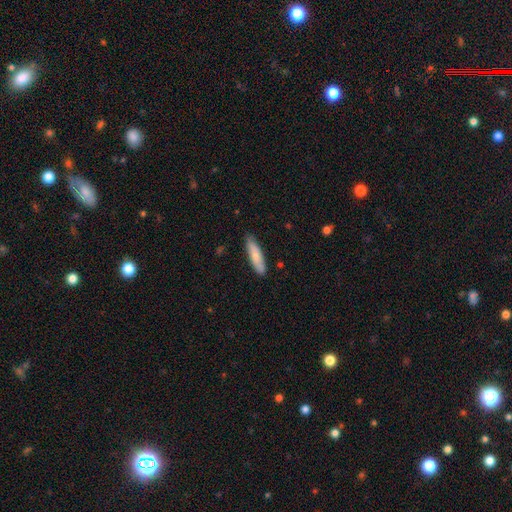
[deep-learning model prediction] smooth_or_featured: smooth (p=0.80) [alt: featured or disk p=0.14]
how_rounded: cigar-shaped (p=0.71) [alt: in between p=0.28]
merging: none (p=0.84) [alt: minor disturbance p=0.13]